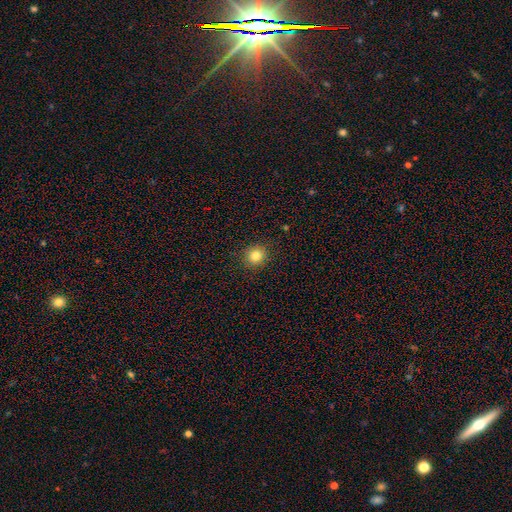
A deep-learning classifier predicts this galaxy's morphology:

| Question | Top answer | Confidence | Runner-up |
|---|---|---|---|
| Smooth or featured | smooth | 82% | star or artifact (12%) |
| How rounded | round | 89% | in between (10%) |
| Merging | none | 91% | minor disturbance (6%) |